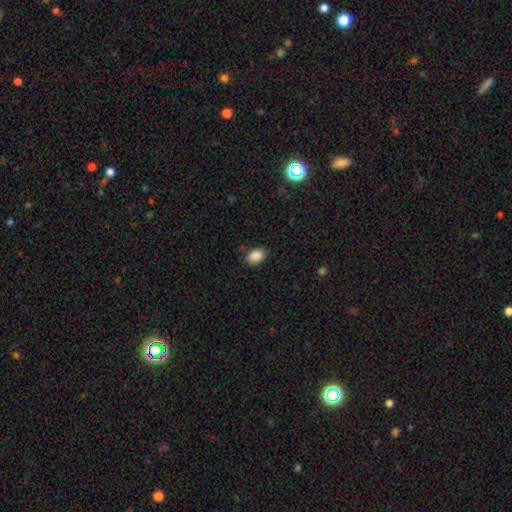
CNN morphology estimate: This appears to be a smooth galaxy with no disk features (88%) that is in between round and cigar-shaped (82%). Merging: none (79%).